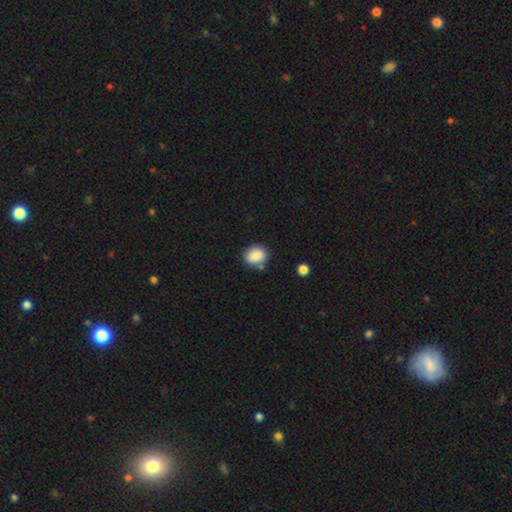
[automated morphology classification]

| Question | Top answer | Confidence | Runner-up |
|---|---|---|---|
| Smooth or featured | smooth | 87% | star or artifact (9%) |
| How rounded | round | 58% | in between (41%) |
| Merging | none | 76% | minor disturbance (14%) |